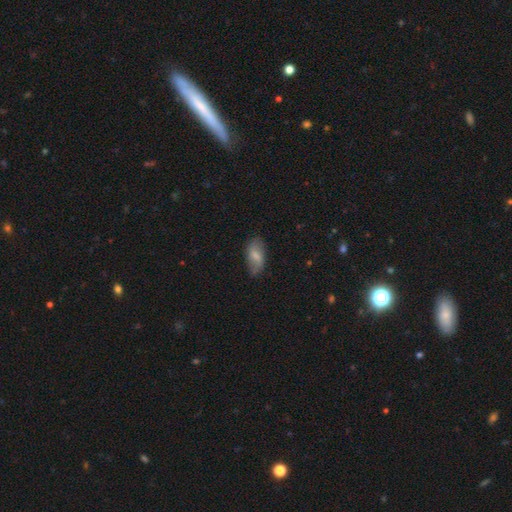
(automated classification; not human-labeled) Morphology: type=smooth (66%); roundness=in between (90%); merging=none (73%).